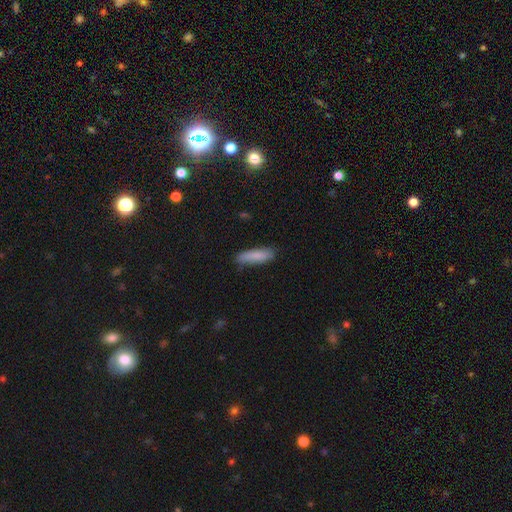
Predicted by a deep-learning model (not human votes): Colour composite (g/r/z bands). It shows a smooth galaxy with no disk features (84%) that is cigar-shaped (58%). Merging: none (72%).